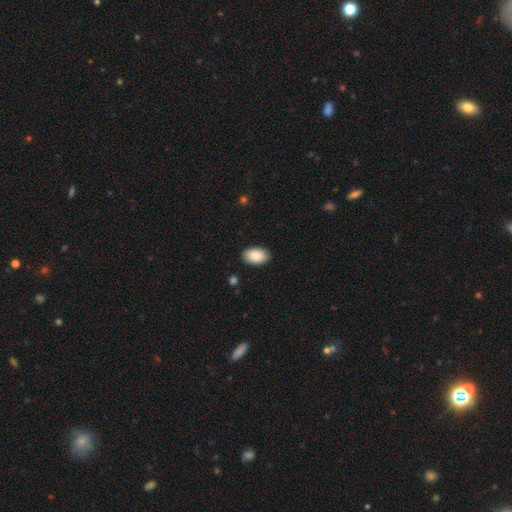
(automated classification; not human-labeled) Morphology: type=smooth (88%); roundness=in between (93%); merging=none (88%).